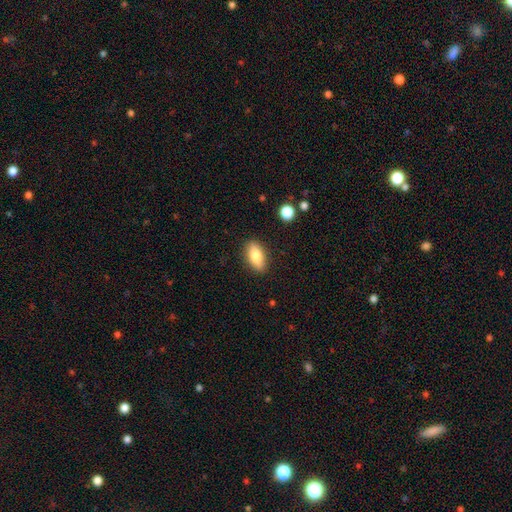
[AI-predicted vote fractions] Smooth or featured? Predicted: smooth (p=0.77). How rounded? Predicted: in between (p=0.83). Merging? Predicted: none (p=0.87).